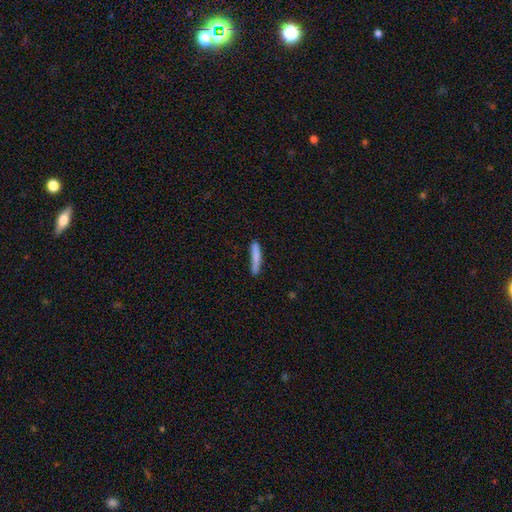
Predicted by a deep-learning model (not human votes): Smooth or featured? Predicted: smooth (p=0.81). How rounded? Predicted: cigar-shaped (p=0.92). Merging? Predicted: none (p=0.75).